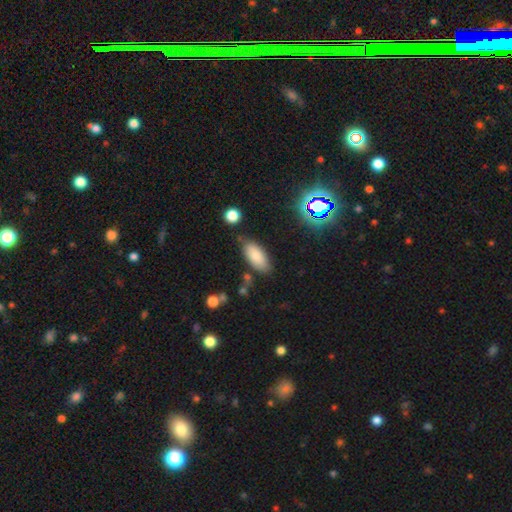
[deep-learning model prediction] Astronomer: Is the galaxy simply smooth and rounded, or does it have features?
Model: smooth — 83%.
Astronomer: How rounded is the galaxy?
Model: in between — 88%.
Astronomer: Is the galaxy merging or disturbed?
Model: none — 75%.